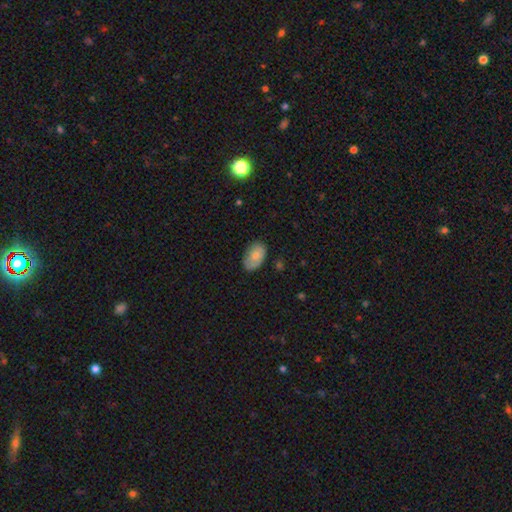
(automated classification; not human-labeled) A smooth galaxy with no disk features (74%) that is in between round and cigar-shaped (90%).

Vote fractions:
- Smooth or featured? smooth: 74% / featured or disk: 18% / star or artifact: 7%
- How rounded? in between: 90% / round: 9% / cigar-shaped: 1%
- Merging? none: 72% / minor disturbance: 22% / major disturbance: 4% / merger: 1%